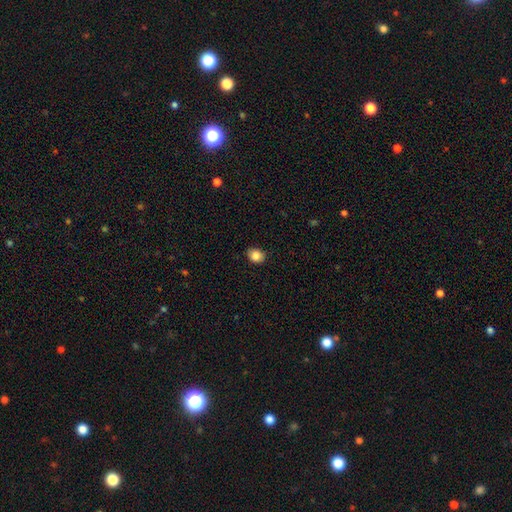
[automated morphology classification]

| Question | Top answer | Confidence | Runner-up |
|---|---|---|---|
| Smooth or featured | smooth | 85% | star or artifact (9%) |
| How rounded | round | 52% | in between (47%) |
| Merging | none | 87% | minor disturbance (10%) |